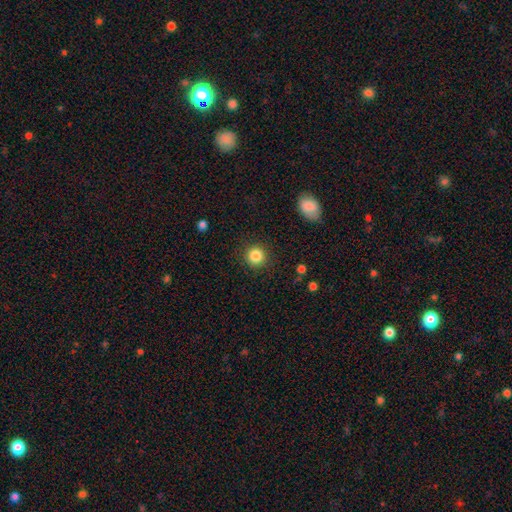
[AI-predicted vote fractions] smooth 86%, star or artifact 10%, featured or disk 4%. Down the decision tree: how rounded — round (94%); merging — none (90%).